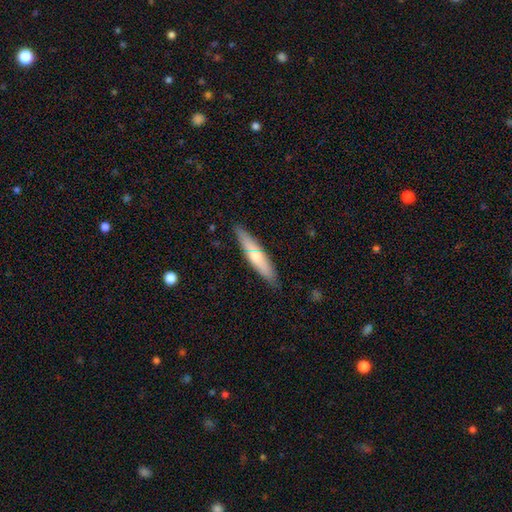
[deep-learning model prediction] smooth_or_featured: smooth (p=0.56) [alt: featured or disk p=0.38]
how_rounded: cigar-shaped (p=0.85) [alt: in between p=0.13]
merging: none (p=0.86) [alt: minor disturbance p=0.10]